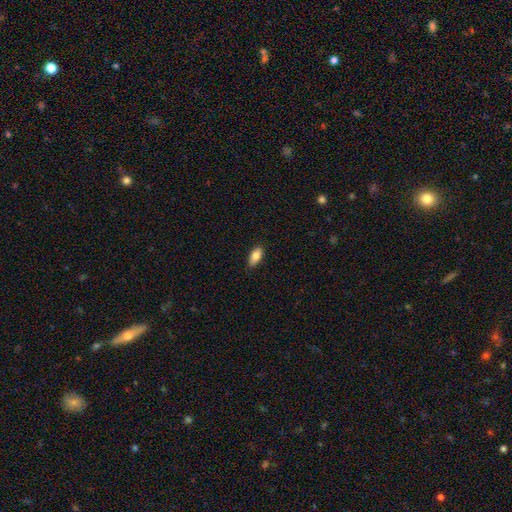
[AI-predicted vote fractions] Smooth or featured? smooth (84%)
How rounded? in between (89%)
Merging? none (86%)